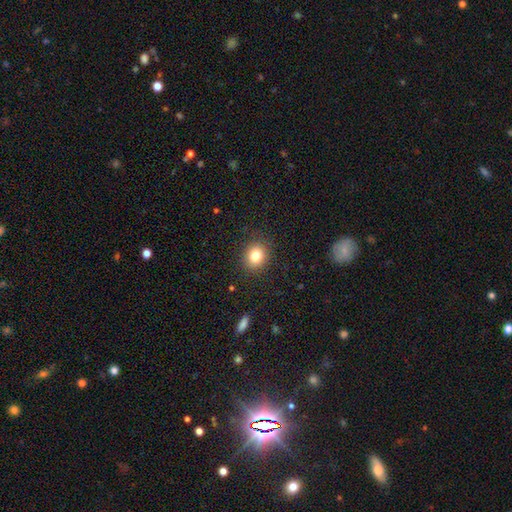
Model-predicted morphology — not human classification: Smooth or featured? smooth (81%)
How rounded? round (69%)
Merging? none (88%)